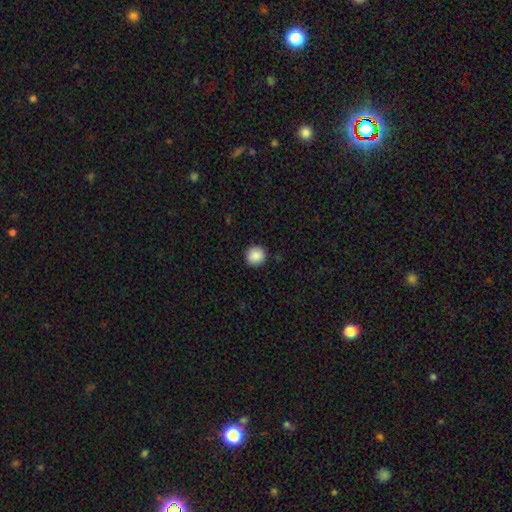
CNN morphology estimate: smooth_or_featured: smooth (p=0.89) [alt: star or artifact p=0.08]
how_rounded: round (p=0.93) [alt: in between p=0.06]
merging: none (p=0.91) [alt: minor disturbance p=0.06]